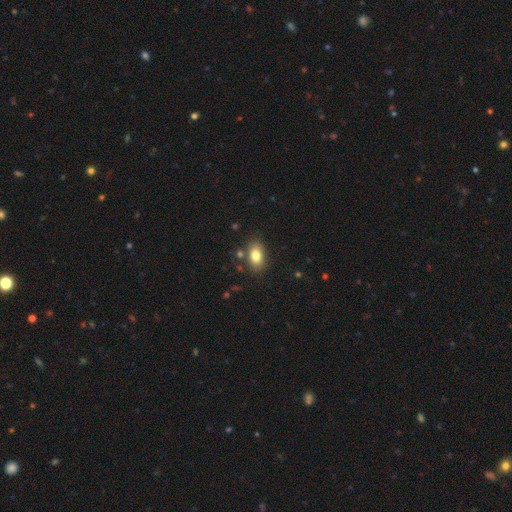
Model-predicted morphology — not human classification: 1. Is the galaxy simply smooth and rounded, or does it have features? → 81% smooth, 11% featured or disk, 8% star or artifact.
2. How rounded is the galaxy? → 87% in between, 11% round, 2% cigar-shaped.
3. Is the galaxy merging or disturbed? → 81% none, 11% minor disturbance, 5% merger, 3% major disturbance.